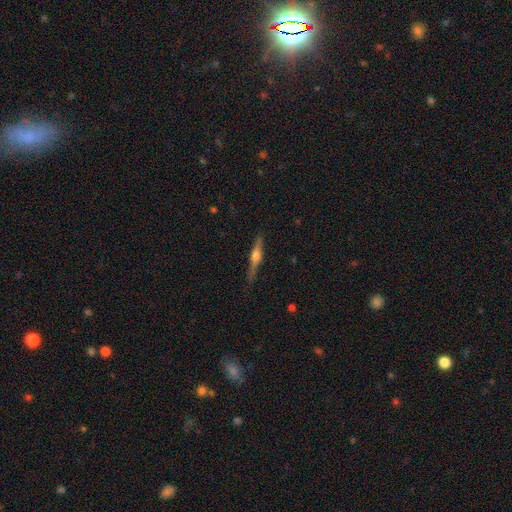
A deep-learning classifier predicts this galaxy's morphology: smooth_or_featured: featured or disk (p=0.71) [alt: smooth p=0.23]
disk_edge_on: yes (p=0.97) [alt: no p=0.03]
edge_on_bulge: rounded (p=0.89) [alt: boxy p=0.07]
merging: none (p=0.84) [alt: minor disturbance p=0.12]